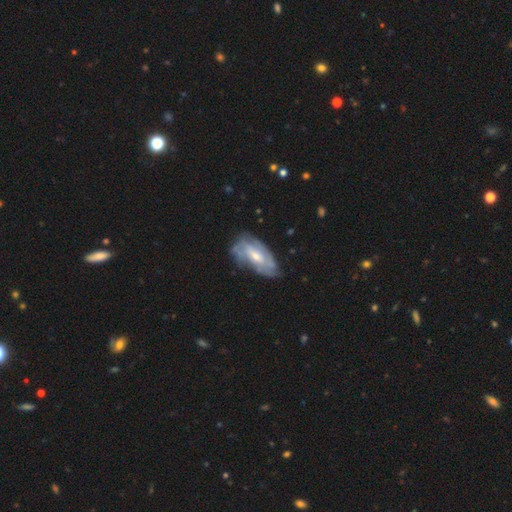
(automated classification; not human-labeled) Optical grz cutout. It shows a featured or disk galaxy (65%) with no bar (48%), spiral arms (72%) and a moderate central bulge (50%). Merging: none (65%).